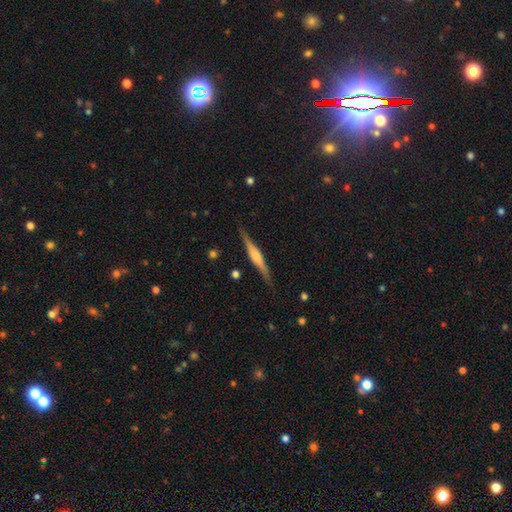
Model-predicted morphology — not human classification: Smooth or featured? Predicted: featured or disk (p=0.69). Edge-on disk? Predicted: yes (p=0.97). Edge-on bulge? Predicted: rounded (p=0.71). Merging? Predicted: none (p=0.88).